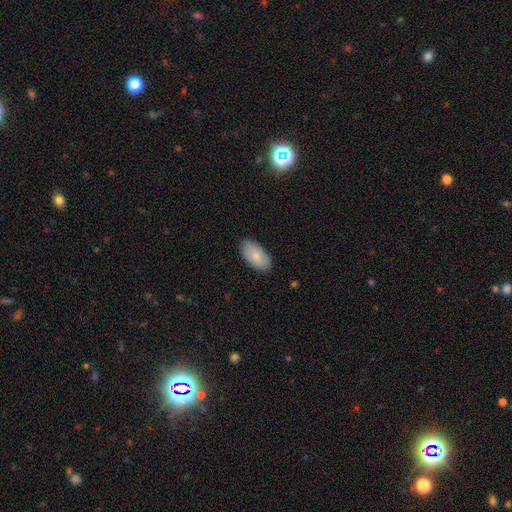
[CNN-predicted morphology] A smooth galaxy with no disk features (80%) that is in between round and cigar-shaped (95%).

Vote fractions:
- Smooth or featured? smooth: 80% / featured or disk: 14% / star or artifact: 6%
- How rounded? in between: 95% / round: 3% / cigar-shaped: 2%
- Merging? none: 84% / minor disturbance: 13% / major disturbance: 2% / merger: 1%